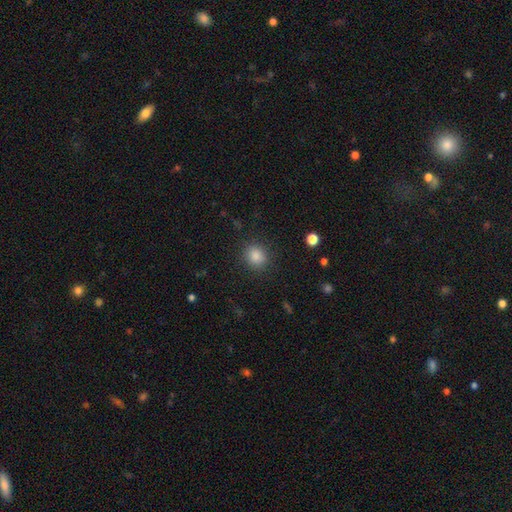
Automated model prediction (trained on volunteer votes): smooth 84%, star or artifact 12%, featured or disk 4%. Down the decision tree: how rounded — round (82%); merging — none (88%).